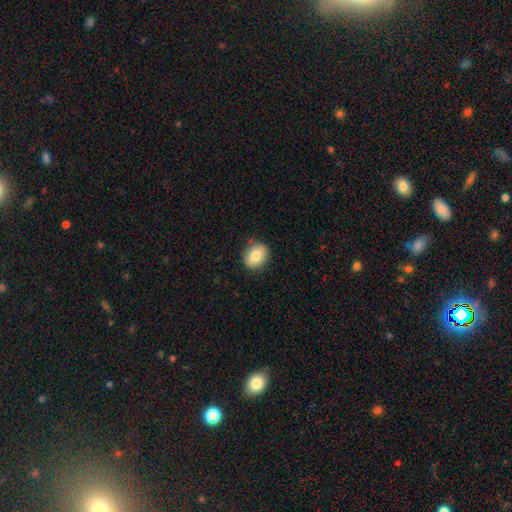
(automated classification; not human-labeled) Morphology: type=smooth (83%); roundness=in between (50%); merging=none (86%).